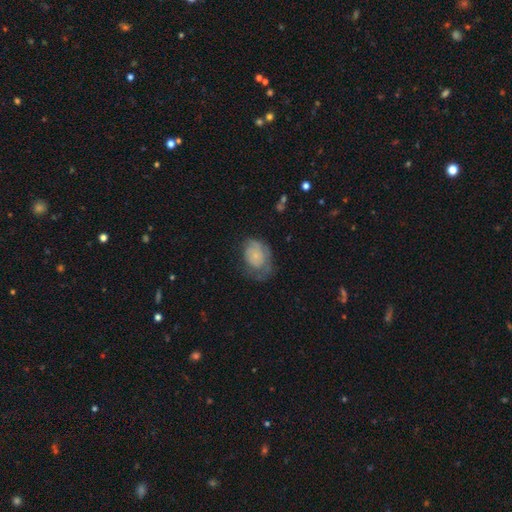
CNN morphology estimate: Smooth or featured: smooth — 53% (featured or disk — 39%)
How rounded: in between — 70% (round — 29%)
Merging: none — 38% (minor disturbance — 33%)